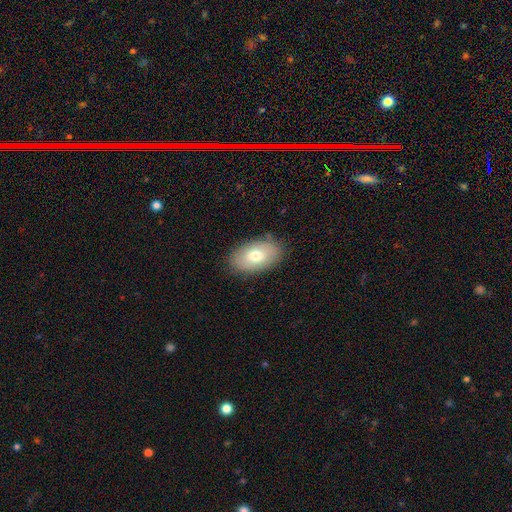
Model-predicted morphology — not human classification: A smooth galaxy with no disk features (72%) that is in between round and cigar-shaped (93%). Merging: none (86%).